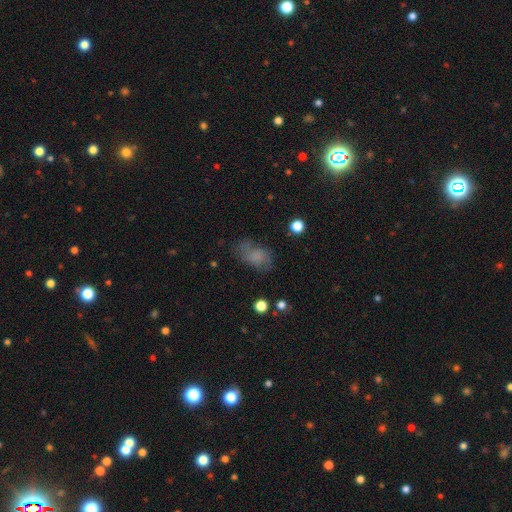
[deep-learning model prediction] smooth 58%, featured or disk 27%, star or artifact 15%. Down the decision tree: how rounded — in between (83%); merging — none (53%).